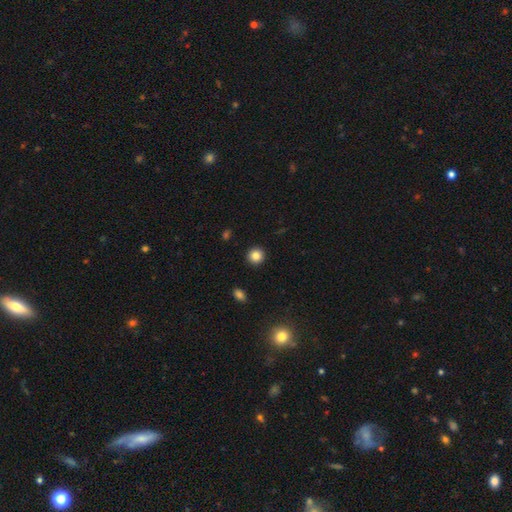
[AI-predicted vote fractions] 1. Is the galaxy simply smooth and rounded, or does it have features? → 85% smooth, 10% star or artifact, 5% featured or disk.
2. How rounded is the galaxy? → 93% round, 6% in between, 1% cigar-shaped.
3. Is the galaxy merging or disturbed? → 93% none, 4% minor disturbance, 2% major disturbance, 1% merger.